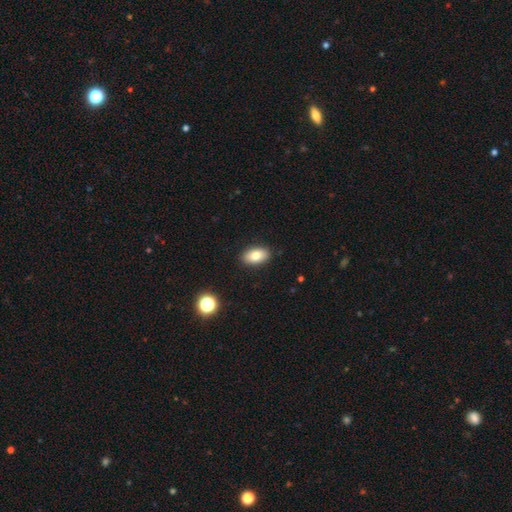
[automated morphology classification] The model was most divided on "smooth or featured": smooth: 80%, featured or disk: 11%, star or artifact: 8%. More confident: how rounded — in between (92%); merging — none (89%).